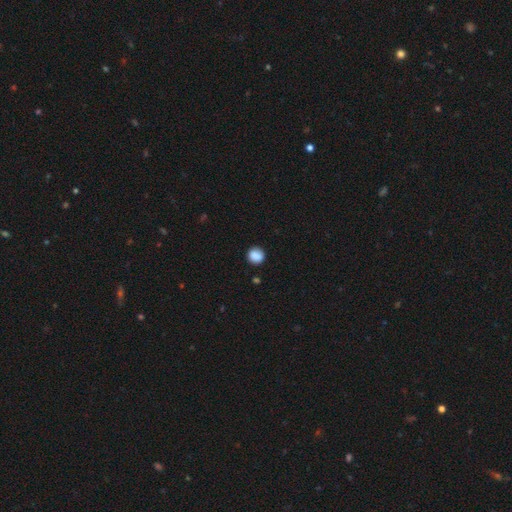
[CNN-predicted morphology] smooth_or_featured: smooth (p=0.88) [alt: star or artifact p=0.09]
how_rounded: round (p=0.90) [alt: in between p=0.09]
merging: none (p=0.88) [alt: minor disturbance p=0.09]